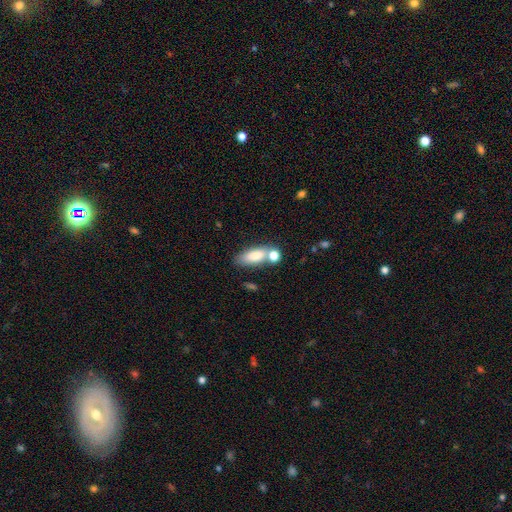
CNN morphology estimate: Q: Smooth or featured?
A: smooth (80%); runner-up: featured or disk (12%)
Q: How rounded?
A: in between (76%); runner-up: cigar-shaped (19%)
Q: Merging?
A: none (51%); runner-up: merger (30%)